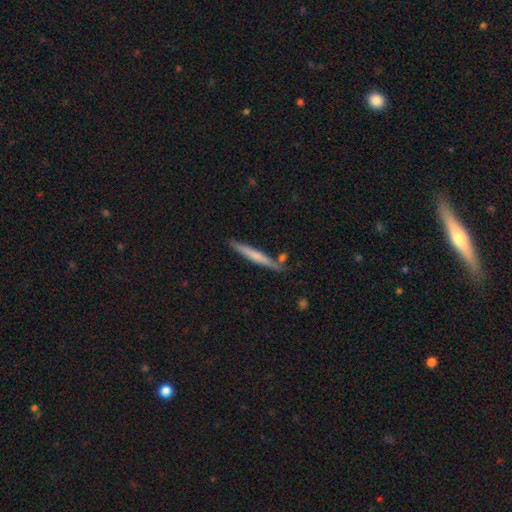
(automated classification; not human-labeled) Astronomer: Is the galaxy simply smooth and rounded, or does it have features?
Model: smooth — 55% (runner-up: featured or disk, 39%).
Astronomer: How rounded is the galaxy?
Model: cigar-shaped — 96%.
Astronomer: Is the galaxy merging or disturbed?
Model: none — 78%.